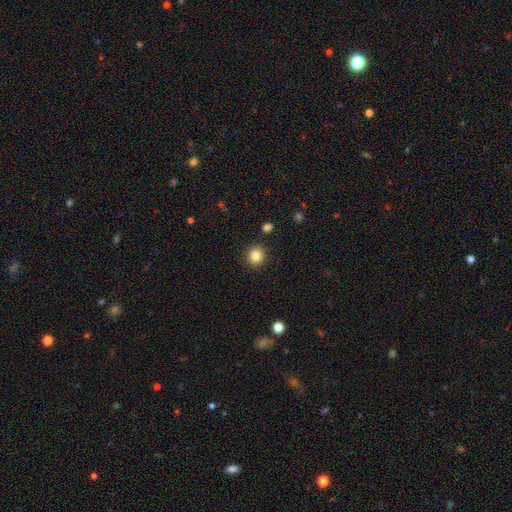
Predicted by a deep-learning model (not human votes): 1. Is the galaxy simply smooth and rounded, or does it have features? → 85% smooth, 11% star or artifact, 5% featured or disk.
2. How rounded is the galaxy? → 91% round, 8% in between, 1% cigar-shaped.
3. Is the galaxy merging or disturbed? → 91% none, 5% minor disturbance, 2% major disturbance, 1% merger.